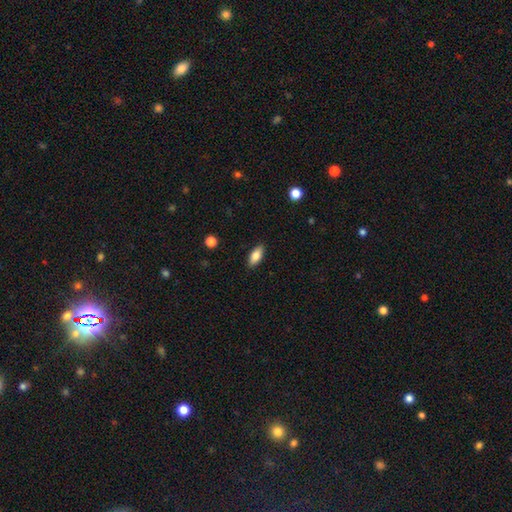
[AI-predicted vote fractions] smooth_or_featured: smooth (p=0.80) [alt: featured or disk p=0.13]
how_rounded: in between (p=0.84) [alt: cigar-shaped p=0.13]
merging: none (p=0.88) [alt: minor disturbance p=0.09]